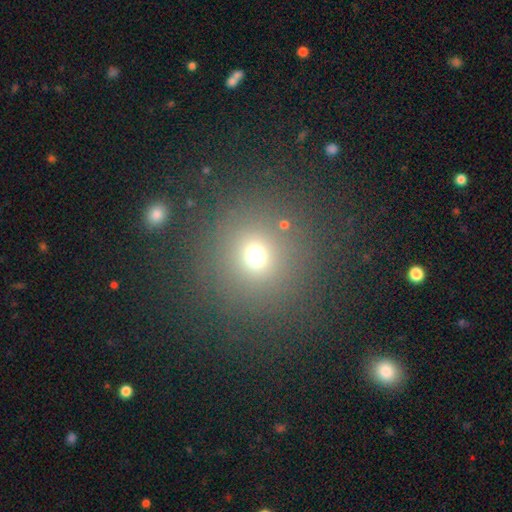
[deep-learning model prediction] Smooth or featured?
  - smooth: 68% *
  - star or artifact: 22%
  - featured or disk: 9%
How rounded?
  - round: 91% *
  - in between: 8%
  - cigar-shaped: 1%
Merging?
  - none: 83% *
  - minor disturbance: 8%
  - major disturbance: 5%
  - merger: 3%